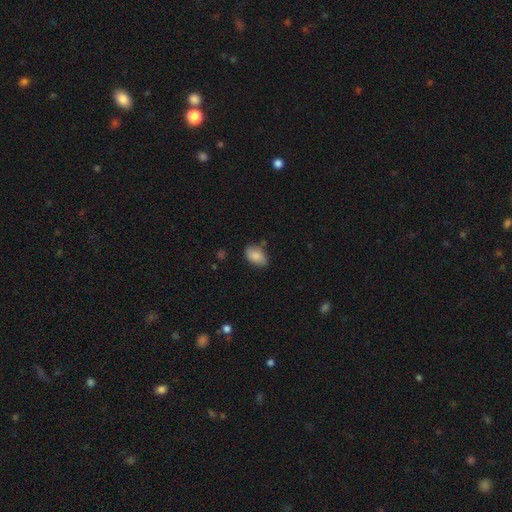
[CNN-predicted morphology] Overall: smooth (85%). How rounded: in between (91%). Merging: none (74%).